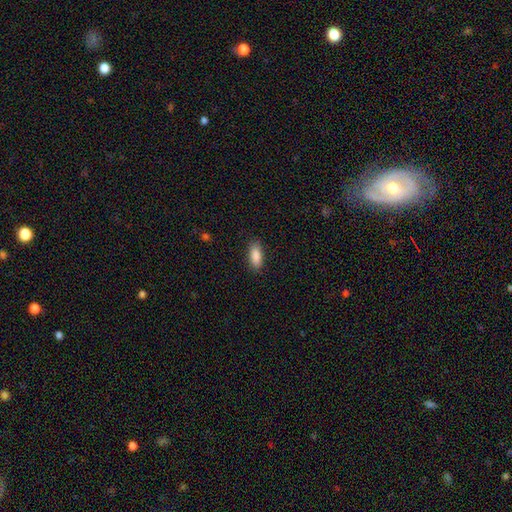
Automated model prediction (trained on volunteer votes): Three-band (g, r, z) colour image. It shows a smooth galaxy with no disk features (88%) that is in between round and cigar-shaped (83%). Merging: none (87%).